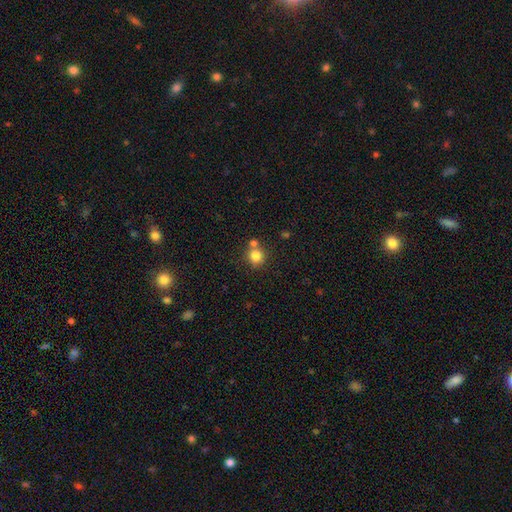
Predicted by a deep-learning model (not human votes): A smooth galaxy with no disk features (82%) that is round (91%).

Vote fractions:
- Smooth or featured? smooth: 82% / star or artifact: 11% / featured or disk: 6%
- How rounded? round: 91% / in between: 9% / cigar-shaped: 1%
- Merging? none: 67% / merger: 22% / minor disturbance: 8% / major disturbance: 3%